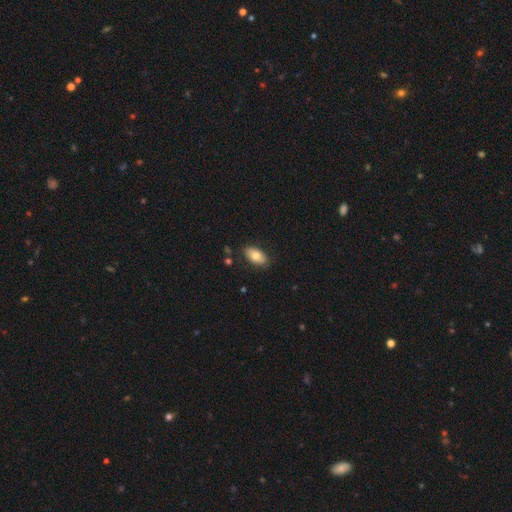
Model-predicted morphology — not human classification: smooth 74%, featured or disk 20%, star or artifact 7%. Down the decision tree: how rounded — in between (93%); merging — none (84%).